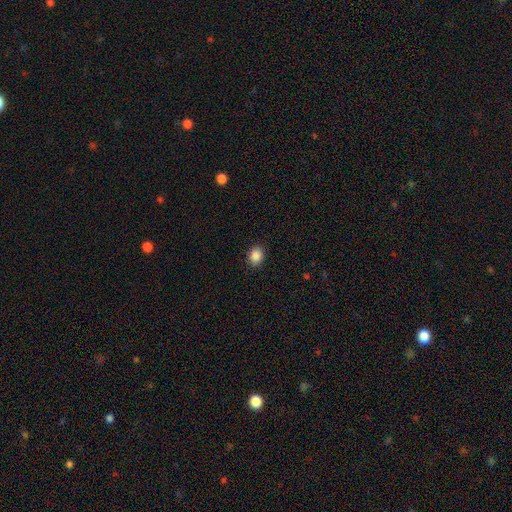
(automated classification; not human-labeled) Smooth or featured? Predicted: smooth (p=0.88). How rounded? Predicted: in between (p=0.54). Merging? Predicted: none (p=0.89).